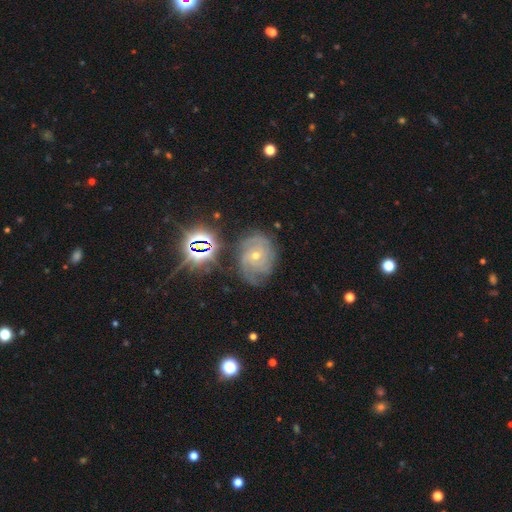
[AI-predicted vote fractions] Q: Smooth or featured?
A: featured or disk (76%); runner-up: star or artifact (14%)
Q: Edge-on disk?
A: no (97%); runner-up: yes (3%)
Q: Bar?
A: no (71%); runner-up: weak (23%)
Q: Spiral arms?
A: yes (94%); runner-up: no (6%)
Q: Spiral winding?
A: tight (62%); runner-up: medium (30%)
Q: Spiral arm count?
A: can't tell (31%); runner-up: 3 (29%)
Q: Bulge size?
A: small (56%); runner-up: moderate (41%)
Q: Merging?
A: none (65%); runner-up: minor disturbance (22%)